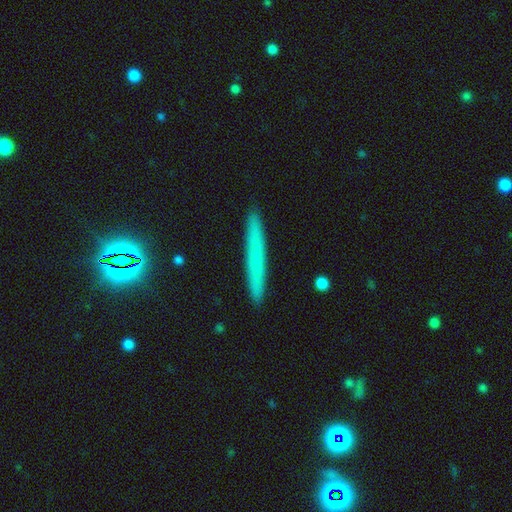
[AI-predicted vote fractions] Overall: smooth (60%; featured or disk 29%). How rounded: cigar-shaped (96%). Merging: none (91%).